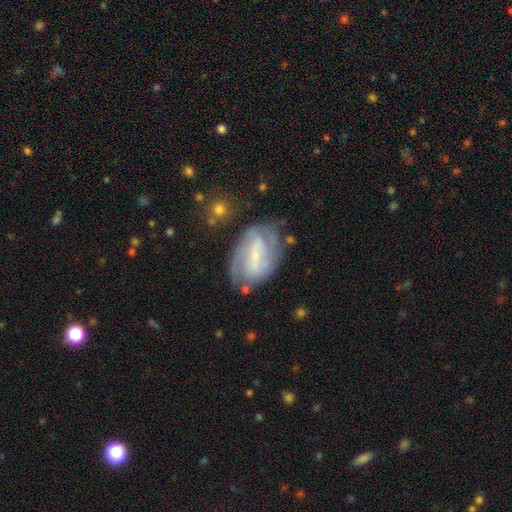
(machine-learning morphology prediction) Smooth or featured? Predicted: featured or disk (p=0.72). Edge-on disk? Predicted: no (p=0.96). Bar? Predicted: weak (p=0.43). Spiral arms? Predicted: yes (p=0.82). Spiral winding? Predicted: tight (p=0.40, tied with medium). Spiral arm count? Predicted: 2 (p=0.61). Bulge size? Predicted: small (p=0.62). Merging? Predicted: none (p=0.64).